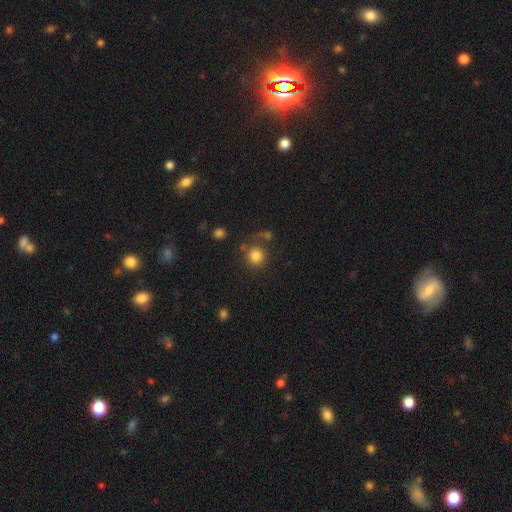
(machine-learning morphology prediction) Smooth or featured? Predicted: smooth (p=0.83). How rounded? Predicted: round (p=0.91). Merging? Predicted: none (p=0.72).